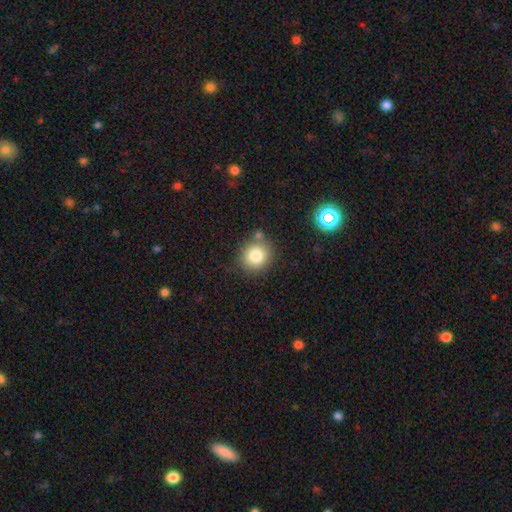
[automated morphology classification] The model was most divided on "merging": none: 79%, minor disturbance: 10%, merger: 7%, major disturbance: 3%. More confident: how rounded — round (88%); smooth or featured — smooth (81%).